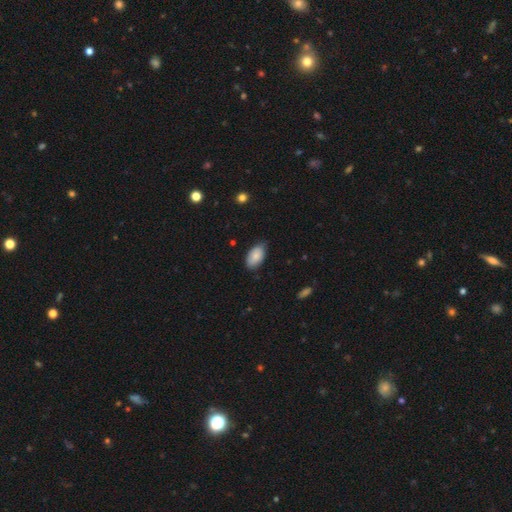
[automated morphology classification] Smooth or featured: smooth — 84% (featured or disk — 10%)
How rounded: in between — 94% (round — 4%)
Merging: none — 71% (minor disturbance — 24%)